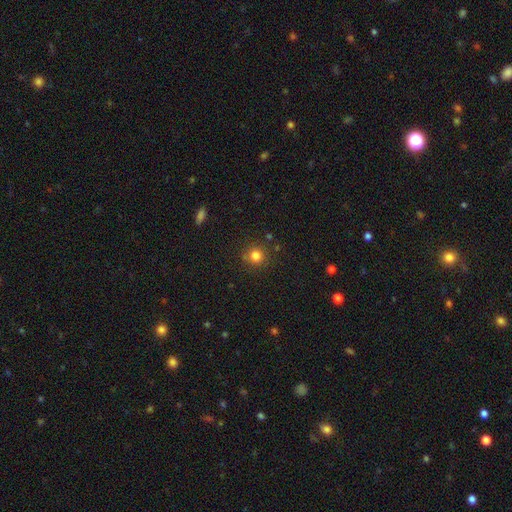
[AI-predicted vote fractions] Smooth or featured?
  - smooth: 81% *
  - star or artifact: 14%
  - featured or disk: 5%
How rounded?
  - round: 91% *
  - in between: 8%
  - cigar-shaped: 1%
Merging?
  - none: 84% *
  - minor disturbance: 10%
  - merger: 4%
  - major disturbance: 3%